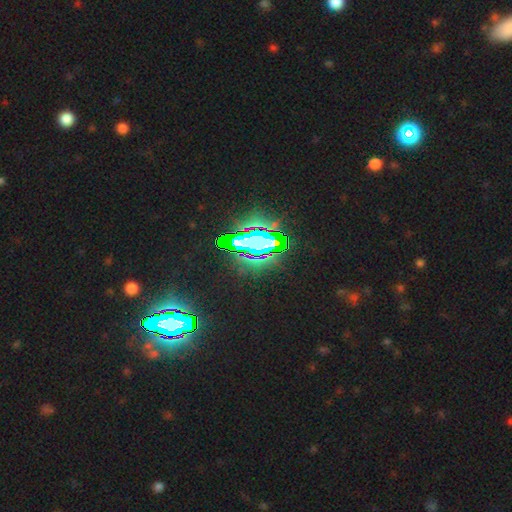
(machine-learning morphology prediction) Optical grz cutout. It shows a star or artifact, not a galaxy (83%).